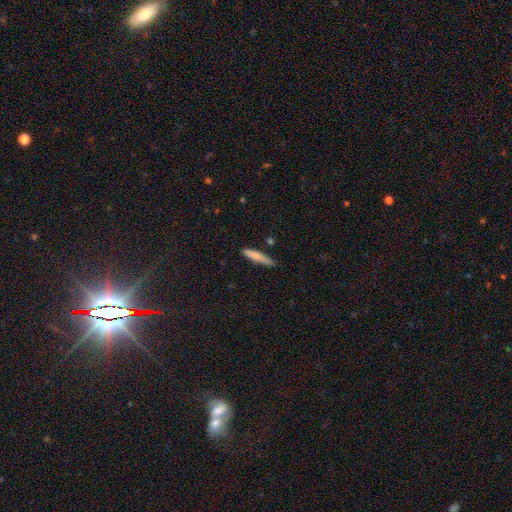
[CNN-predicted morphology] smooth_or_featured: smooth (p=0.78) [alt: featured or disk p=0.15]
how_rounded: cigar-shaped (p=0.89) [alt: in between p=0.10]
merging: none (p=0.80) [alt: minor disturbance p=0.15]